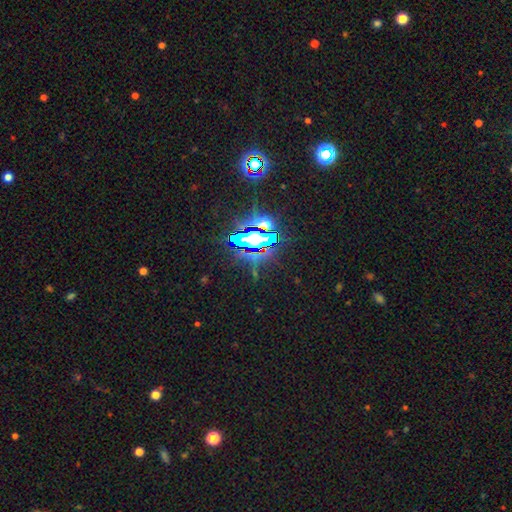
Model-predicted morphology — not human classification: Smooth or featured?
  - star or artifact: 76% *
  - smooth: 13%
  - featured or disk: 11%